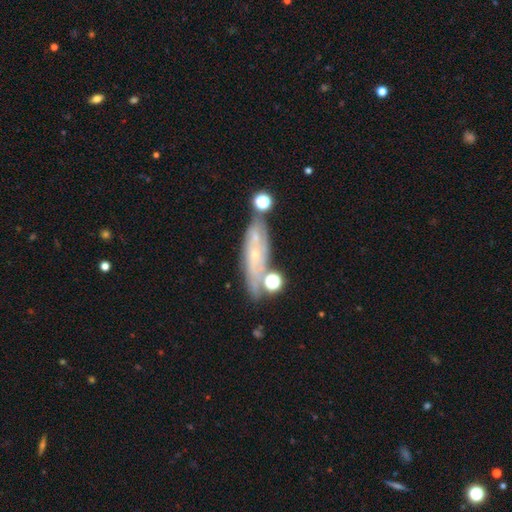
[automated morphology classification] Q: Smooth or featured?
A: featured or disk (61%); runner-up: smooth (27%)
Q: Edge-on disk?
A: no (69%); runner-up: yes (31%)
Q: Merging?
A: none (61%); runner-up: minor disturbance (19%)